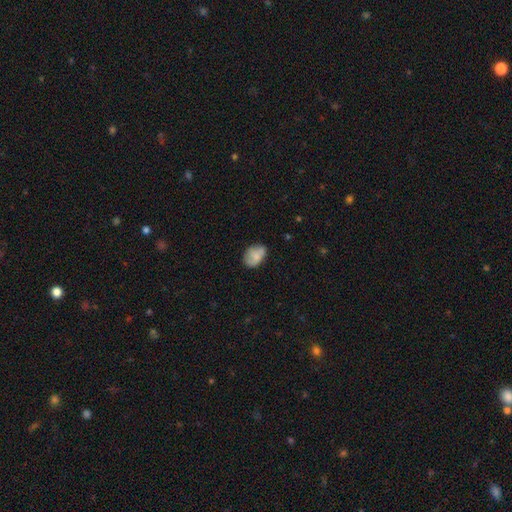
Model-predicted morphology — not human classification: Smooth or featured: smooth — 69% (featured or disk — 23%)
How rounded: in between — 73% (round — 26%)
Merging: none — 56% (minor disturbance — 30%)